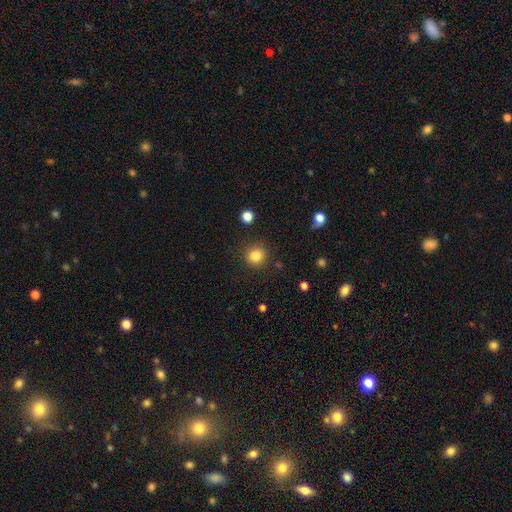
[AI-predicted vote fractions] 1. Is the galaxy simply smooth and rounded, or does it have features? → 84% smooth, 11% star or artifact, 5% featured or disk.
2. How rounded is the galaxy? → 91% round, 8% in between, 1% cigar-shaped.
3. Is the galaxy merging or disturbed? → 88% none, 7% minor disturbance, 3% major disturbance, 2% merger.